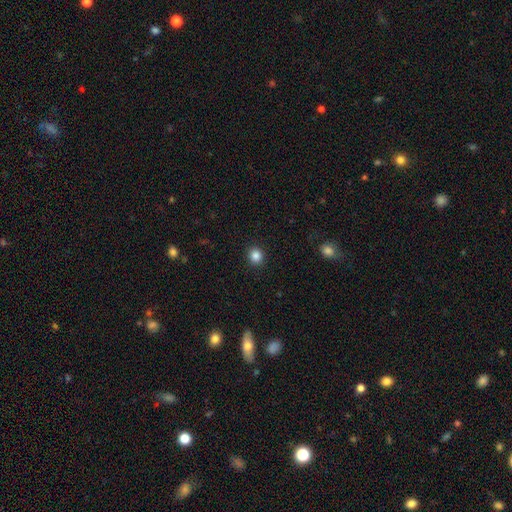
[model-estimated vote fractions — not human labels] Morphology: type=smooth (85%); roundness=round (86%); merging=none (92%).